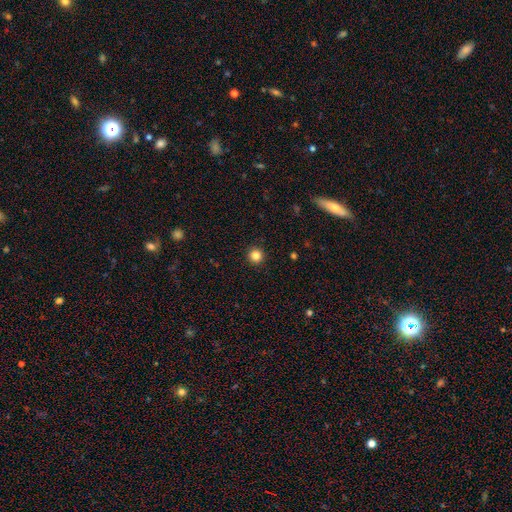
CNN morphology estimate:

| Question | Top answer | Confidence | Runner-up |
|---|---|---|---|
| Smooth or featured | smooth | 84% | star or artifact (12%) |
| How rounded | round | 96% | in between (3%) |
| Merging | none | 93% | minor disturbance (5%) |